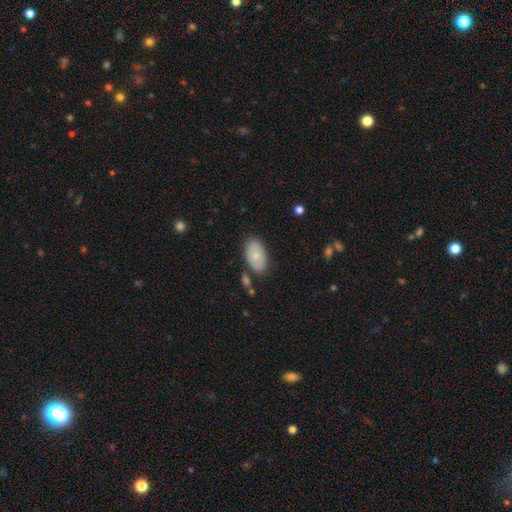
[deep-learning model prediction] Overall: smooth (77%). How rounded: in between (94%). Merging: none (79%).